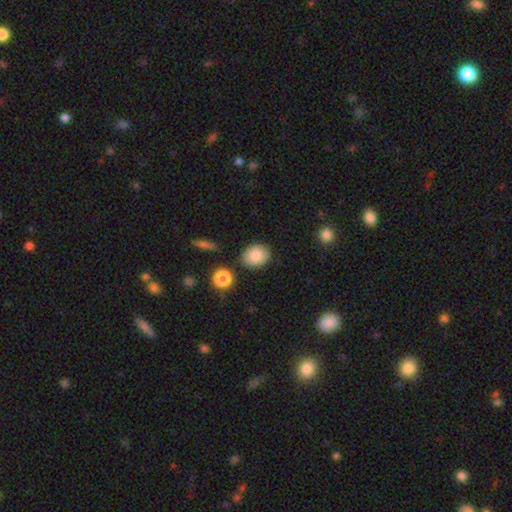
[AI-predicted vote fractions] smooth-or-featured: smooth: 85% | star or artifact: 8% | featured or disk: 6%
  how-rounded: in between: 58% | round: 41% | cigar-shaped: 1%
  merging: none: 83% | minor disturbance: 11% | merger: 3% | major disturbance: 3%